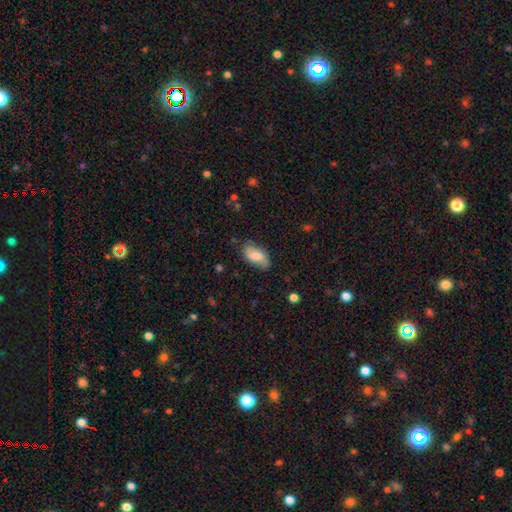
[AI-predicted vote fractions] A smooth galaxy with no disk features (70%) that is in between round and cigar-shaped (93%). Merging: none (69%).